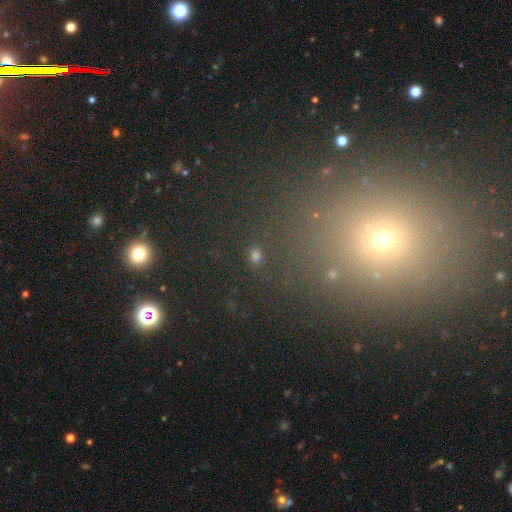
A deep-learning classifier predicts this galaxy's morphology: Smooth or featured?
  - smooth: 60% *
  - star or artifact: 32%
  - featured or disk: 8%
How rounded?
  - round: 59% *
  - in between: 38%
  - cigar-shaped: 3%
Merging?
  - none: 82% *
  - minor disturbance: 9%
  - major disturbance: 5%
  - merger: 4%